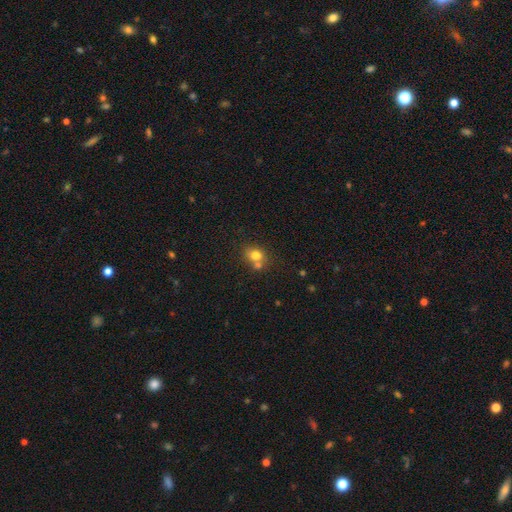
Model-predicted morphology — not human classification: A smooth galaxy with no disk features (76%) that is round (61%).

Vote fractions:
- Smooth or featured? smooth: 76% / featured or disk: 12% / star or artifact: 12%
- How rounded? round: 61% / in between: 38% / cigar-shaped: 1%
- Merging? none: 48% / merger: 37% / minor disturbance: 11% / major disturbance: 4%